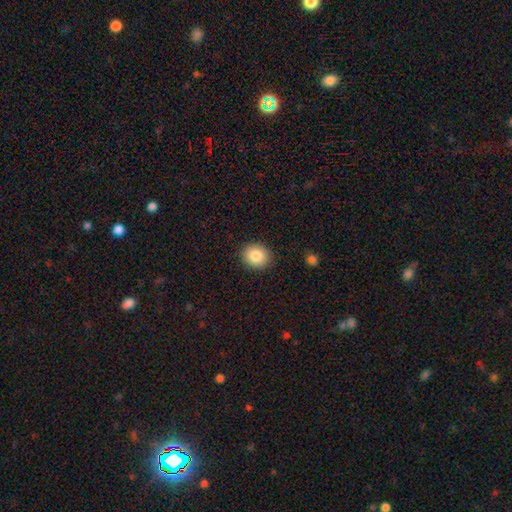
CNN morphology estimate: This appears to be a smooth galaxy with no disk features (83%) that is round (79%). Merging: none (91%).